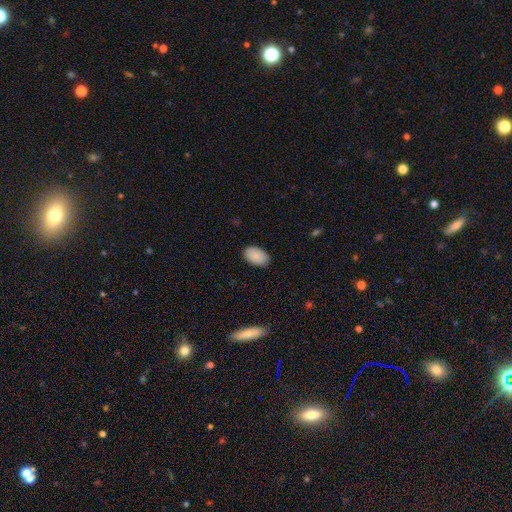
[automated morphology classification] Q: Smooth or featured?
A: smooth (89%); runner-up: star or artifact (7%)
Q: How rounded?
A: in between (93%); runner-up: round (6%)
Q: Merging?
A: none (89%); runner-up: minor disturbance (9%)